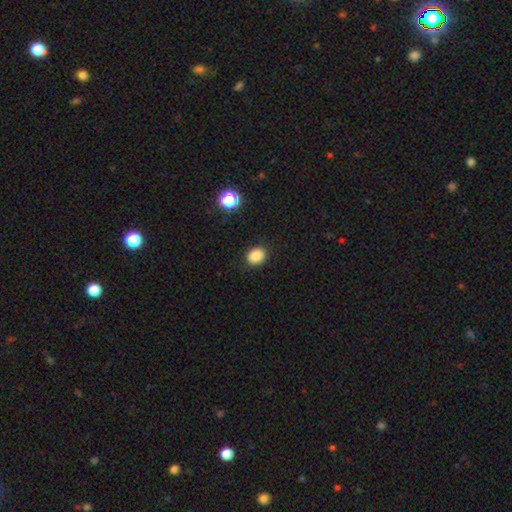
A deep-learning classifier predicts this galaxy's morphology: This appears to be a smooth galaxy with no disk features (86%) that is round (57%). Merging: none (88%).